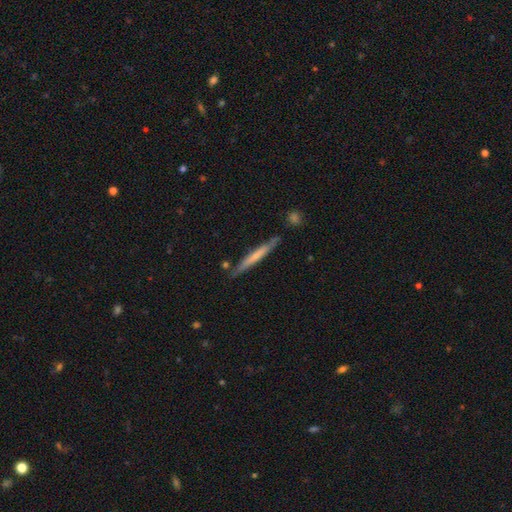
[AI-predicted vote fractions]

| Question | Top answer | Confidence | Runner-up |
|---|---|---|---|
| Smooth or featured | smooth | 53% | featured or disk (42%) |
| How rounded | cigar-shaped | 96% | in between (3%) |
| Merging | none | 80% | minor disturbance (14%) |